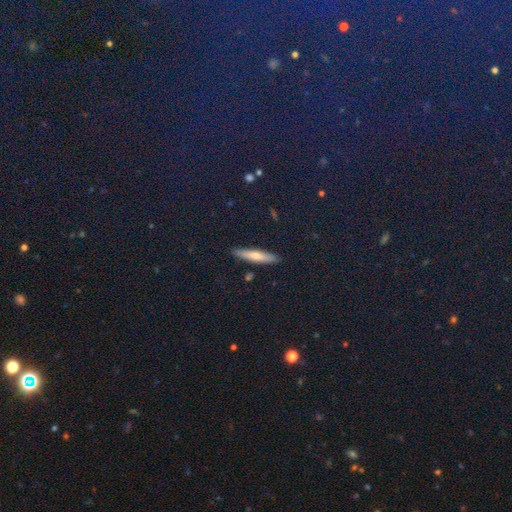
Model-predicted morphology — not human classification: Smooth or featured? Predicted: smooth (p=0.60). How rounded? Predicted: cigar-shaped (p=0.84). Merging? Predicted: none (p=0.90).